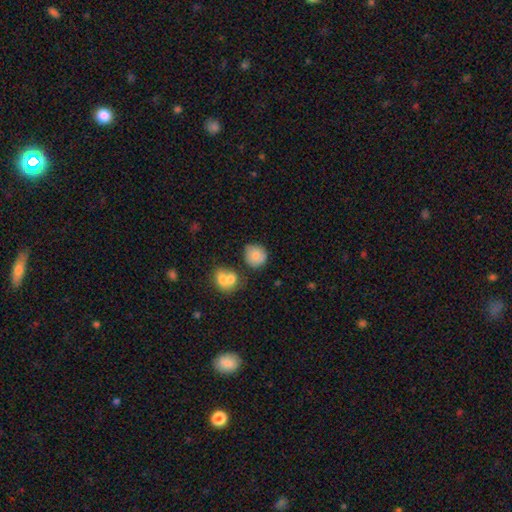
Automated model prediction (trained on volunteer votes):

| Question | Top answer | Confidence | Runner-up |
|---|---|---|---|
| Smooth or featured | smooth | 80% | featured or disk (12%) |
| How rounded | round | 86% | in between (13%) |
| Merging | none | 64% | minor disturbance (18%) |